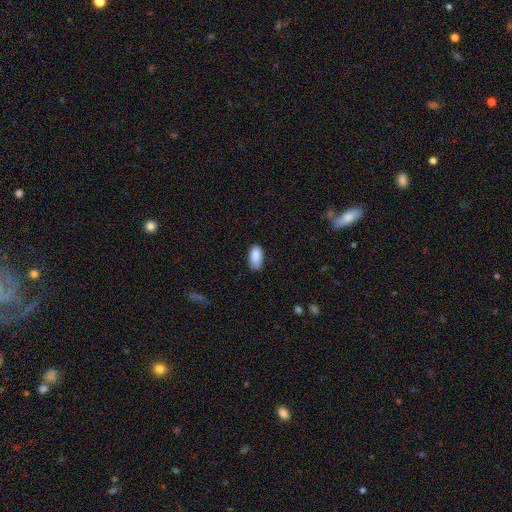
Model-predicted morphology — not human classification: smooth_or_featured: smooth (p=0.88) [alt: star or artifact p=0.07]
how_rounded: in between (p=0.94) [alt: cigar-shaped p=0.03]
merging: none (p=0.72) [alt: minor disturbance p=0.23]